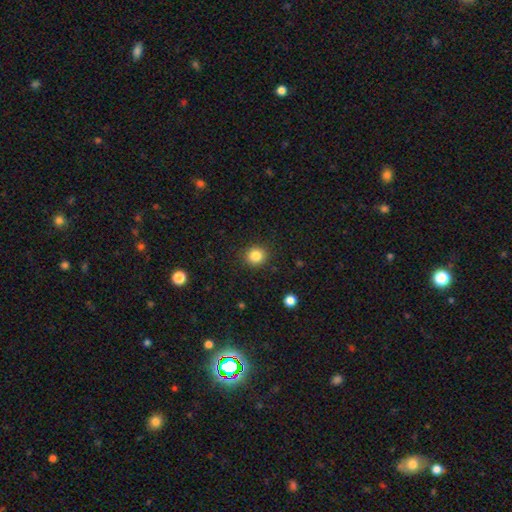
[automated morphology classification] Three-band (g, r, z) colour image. It shows a smooth galaxy with no disk features (84%) that is round (88%). Merging: none (90%).